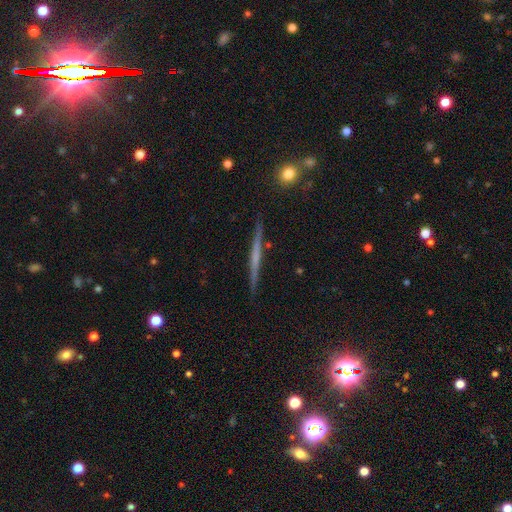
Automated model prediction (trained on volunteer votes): Smooth or featured? featured or disk (63%)
Edge-on disk? yes (98%)
Edge-on bulge? none (76%)
Merging? none (90%)